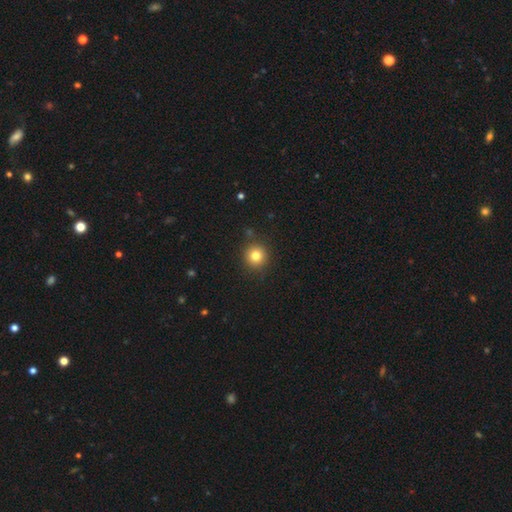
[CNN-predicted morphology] Smooth or featured?
  - smooth: 80% *
  - star or artifact: 13%
  - featured or disk: 7%
How rounded?
  - round: 94% *
  - in between: 5%
  - cigar-shaped: 1%
Merging?
  - none: 89% *
  - minor disturbance: 7%
  - major disturbance: 2%
  - merger: 2%